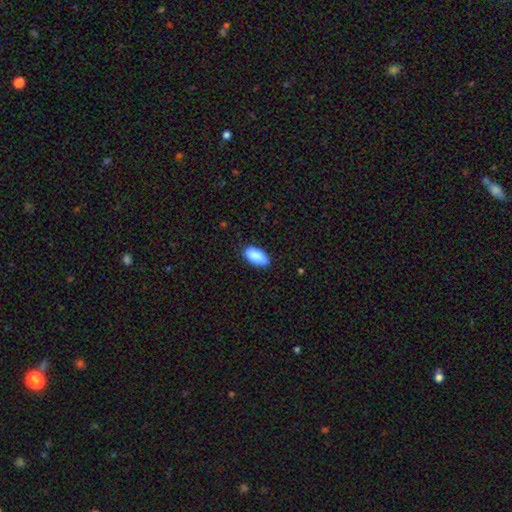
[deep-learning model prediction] A smooth galaxy with no disk features (89%) that is in between round and cigar-shaped (93%). Merging: none (82%).